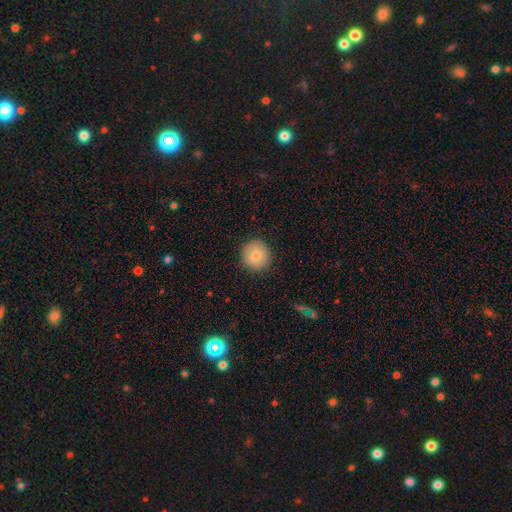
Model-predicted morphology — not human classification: This appears to be a smooth galaxy with no disk features (79%) that is round (94%). Merging: none (89%).